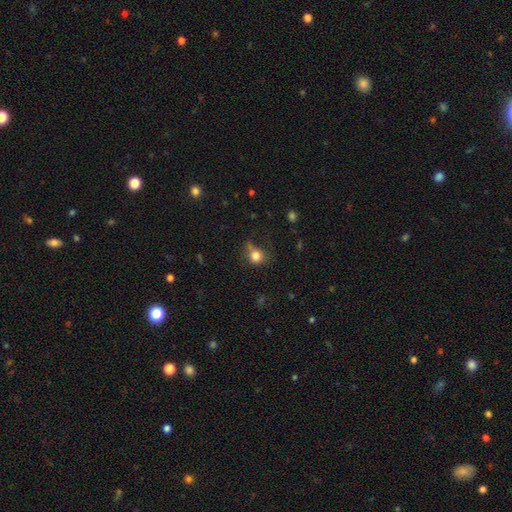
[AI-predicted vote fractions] Morphology: type=smooth (80%); roundness=round (75%); merging=none (48%).